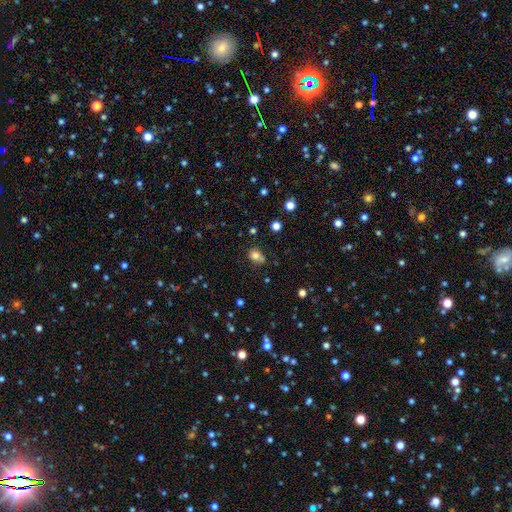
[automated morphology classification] The model was most divided on "how rounded": in between: 57%, round: 42%, cigar-shaped: 1%. More confident: smooth or featured — smooth (78%); merging — none (59%).